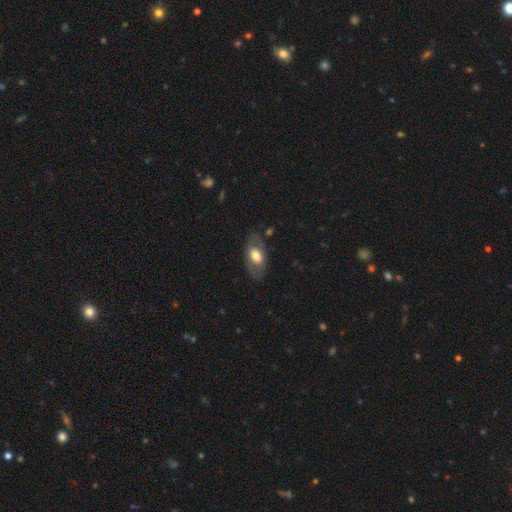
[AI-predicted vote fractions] This appears to be a smooth galaxy with no disk features (50%) that is in between round and cigar-shaped (90%). Merging: none (75%).